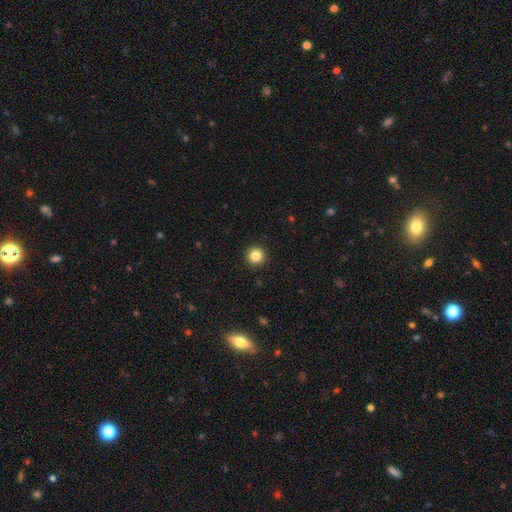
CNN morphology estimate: smooth_or_featured: smooth (p=0.84) [alt: star or artifact p=0.11]
how_rounded: round (p=0.96) [alt: in between p=0.03]
merging: none (p=0.93) [alt: minor disturbance p=0.04]